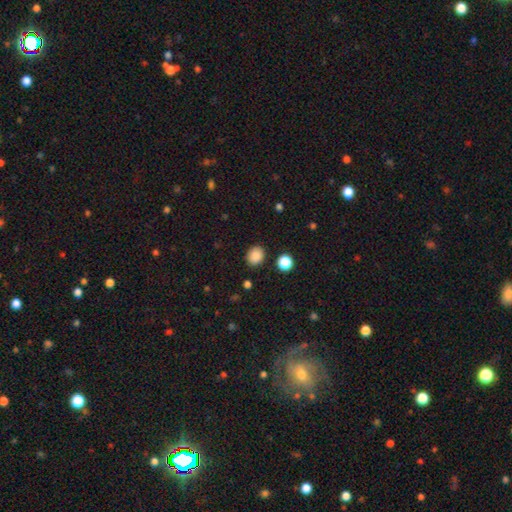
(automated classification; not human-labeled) smooth-or-featured: smooth: 87% | star or artifact: 10% | featured or disk: 3%
  how-rounded: round: 58% | in between: 42% | cigar-shaped: 1%
  merging: none: 87% | minor disturbance: 8% | major disturbance: 3% | merger: 2%